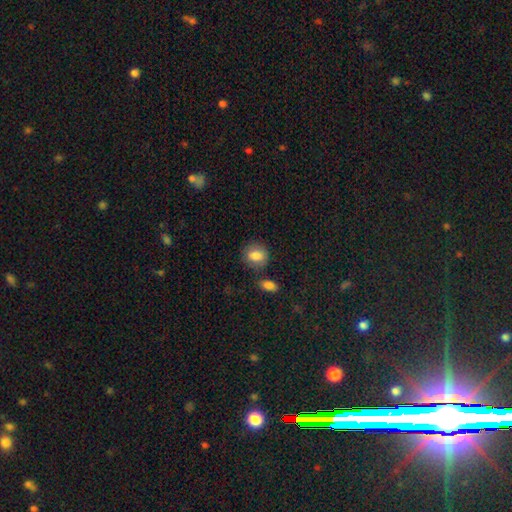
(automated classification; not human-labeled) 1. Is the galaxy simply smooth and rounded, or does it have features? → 84% smooth, 8% featured or disk, 8% star or artifact.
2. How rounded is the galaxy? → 53% round, 45% in between, 2% cigar-shaped.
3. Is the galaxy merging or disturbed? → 73% none, 14% minor disturbance, 8% merger, 4% major disturbance.